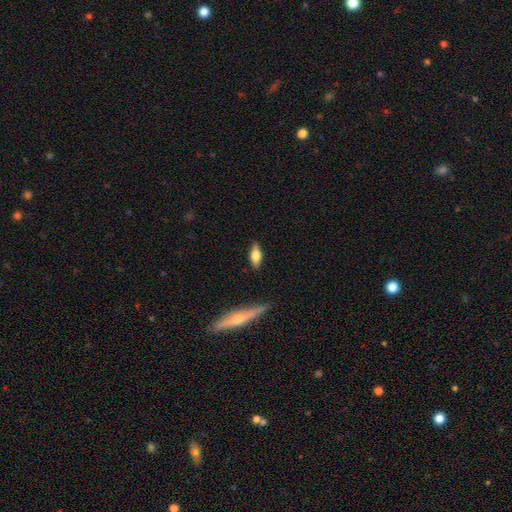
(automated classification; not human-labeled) A smooth galaxy with no disk features (63%) that is in between round and cigar-shaped (66%).

Vote fractions:
- Smooth or featured? smooth: 63% / featured or disk: 30% / star or artifact: 7%
- How rounded? in between: 66% / cigar-shaped: 31% / round: 3%
- Merging? none: 85% / minor disturbance: 11% / major disturbance: 2% / merger: 1%